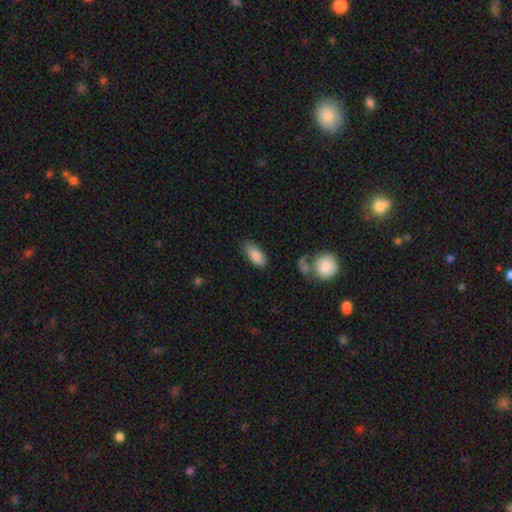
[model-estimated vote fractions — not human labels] smooth_or_featured: smooth (p=0.87) [alt: featured or disk p=0.07]
how_rounded: in between (p=0.88) [alt: cigar-shaped p=0.10]
merging: none (p=0.72) [alt: minor disturbance p=0.19]